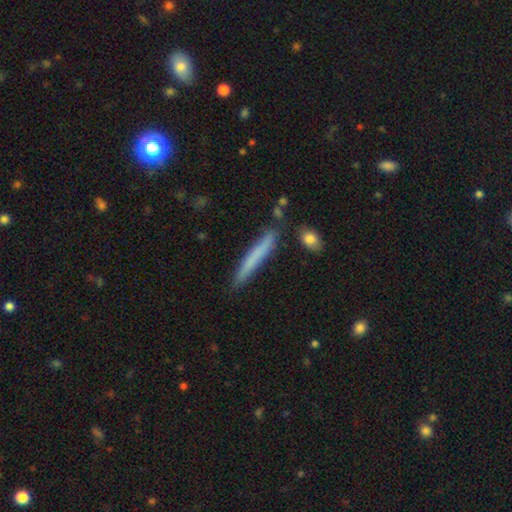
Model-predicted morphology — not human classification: Smooth or featured: smooth — 66% (featured or disk — 28%)
How rounded: cigar-shaped — 96% (in between — 3%)
Merging: none — 83% (minor disturbance — 12%)